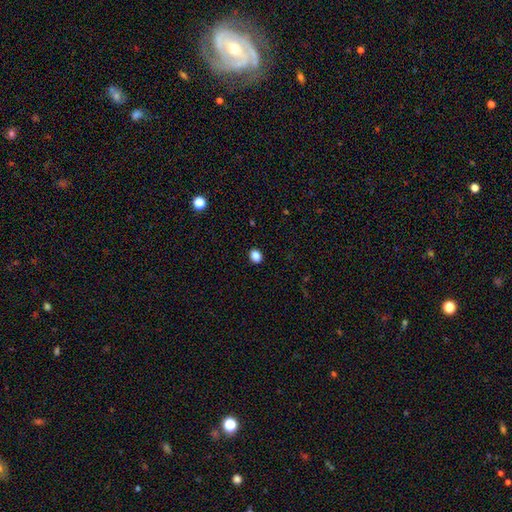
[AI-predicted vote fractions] Morphology: type=smooth (87%); roundness=round (51%); merging=none (91%).